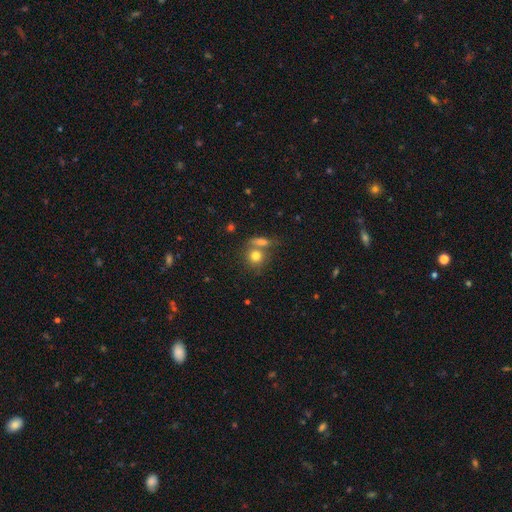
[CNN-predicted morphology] type=smooth (77%); roundness=round (79%); merging=none (49%).